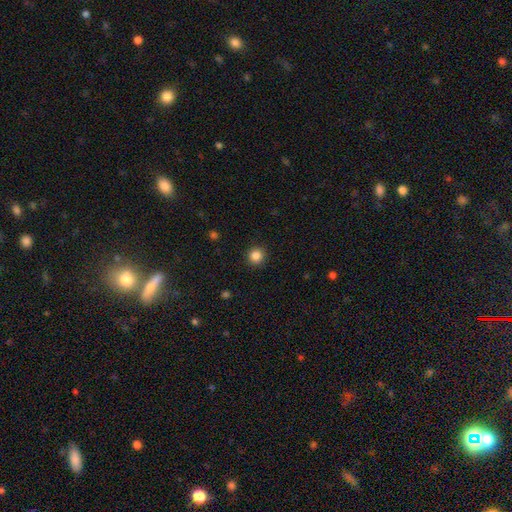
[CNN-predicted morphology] A smooth galaxy with no disk features (85%) that is round (93%).

Vote fractions:
- Smooth or featured? smooth: 85% / star or artifact: 11% / featured or disk: 4%
- How rounded? round: 93% / in between: 6% / cigar-shaped: 1%
- Merging? none: 91% / minor disturbance: 6% / major disturbance: 2% / merger: 1%